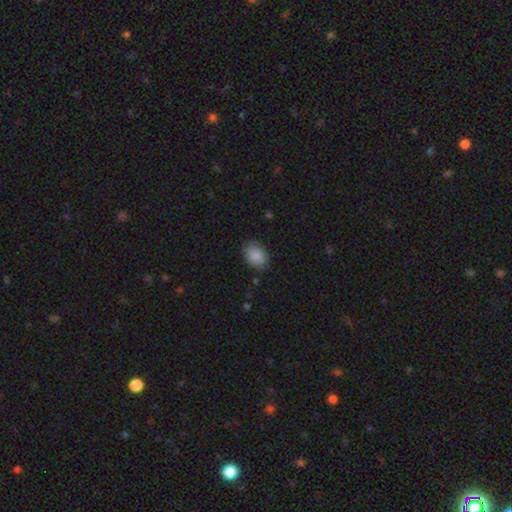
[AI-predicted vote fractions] Smooth or featured? smooth (88%)
How rounded? in between (72%)
Merging? none (82%)